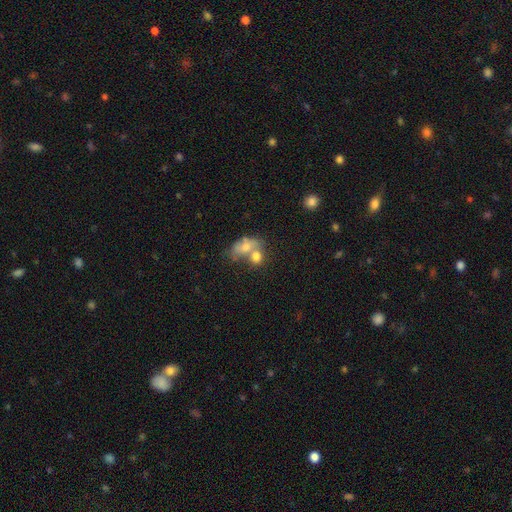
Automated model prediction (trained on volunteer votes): Smooth or featured? Predicted: smooth (p=0.67). How rounded? Predicted: in between (p=0.60). Merging? Predicted: merger (p=0.63).